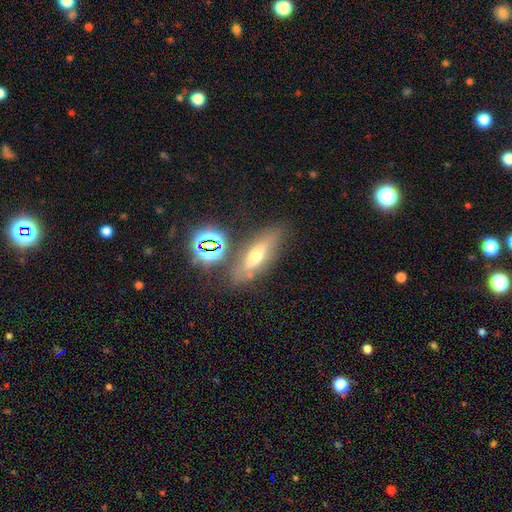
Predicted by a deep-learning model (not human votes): smooth-or-featured: smooth: 45% | featured or disk: 37% | star or artifact: 19%
  merging: none: 70% | minor disturbance: 15% | merger: 9% | major disturbance: 6%